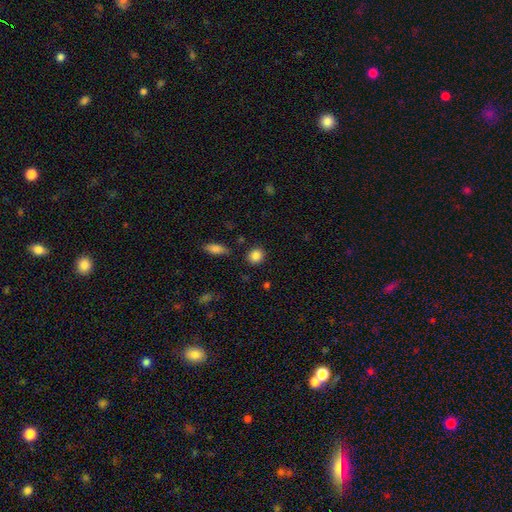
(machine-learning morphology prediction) type=smooth (85%); roundness=round (82%); merging=none (87%).